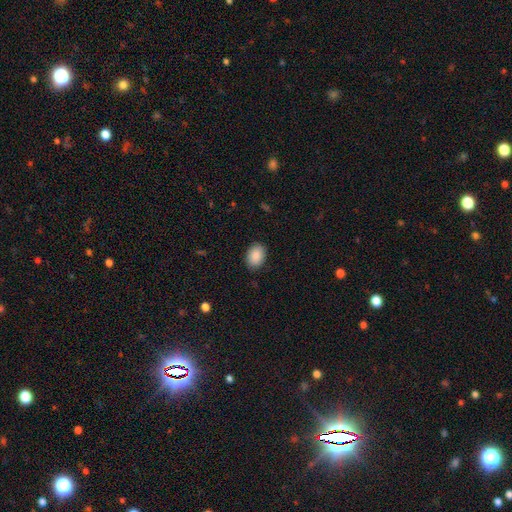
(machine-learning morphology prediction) The model was most divided on "how rounded": in between: 78%, round: 21%, cigar-shaped: 1%. More confident: smooth or featured — smooth (89%); merging — none (86%).